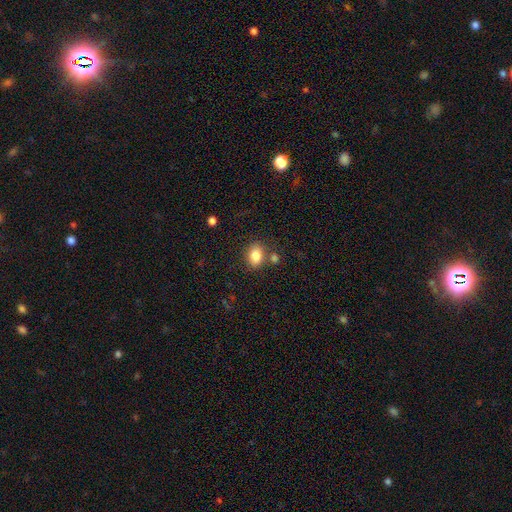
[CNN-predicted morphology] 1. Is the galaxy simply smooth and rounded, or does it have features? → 83% smooth, 9% star or artifact, 7% featured or disk.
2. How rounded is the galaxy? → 68% in between, 31% round, 1% cigar-shaped.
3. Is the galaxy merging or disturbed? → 73% none, 12% merger, 12% minor disturbance, 3% major disturbance.